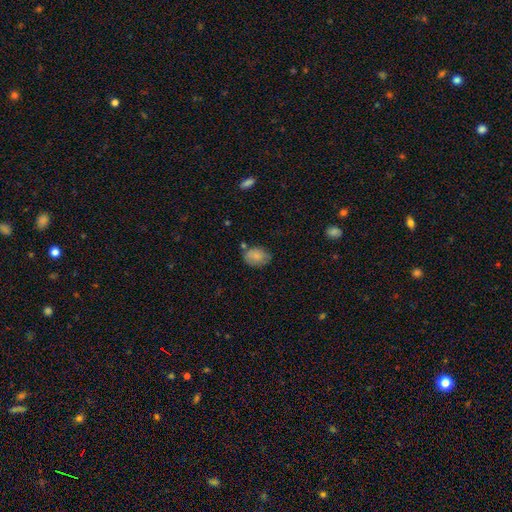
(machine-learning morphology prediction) type=smooth (82%); roundness=in between (77%); merging=none (65%).